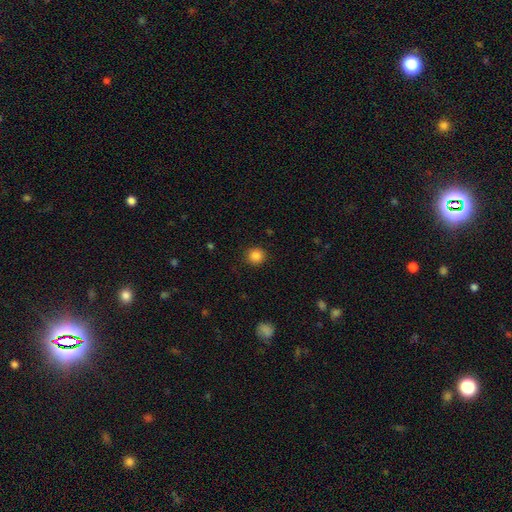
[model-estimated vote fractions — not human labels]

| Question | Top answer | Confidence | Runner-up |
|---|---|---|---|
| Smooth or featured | smooth | 85% | star or artifact (11%) |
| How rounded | round | 93% | in between (6%) |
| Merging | none | 91% | minor disturbance (6%) |